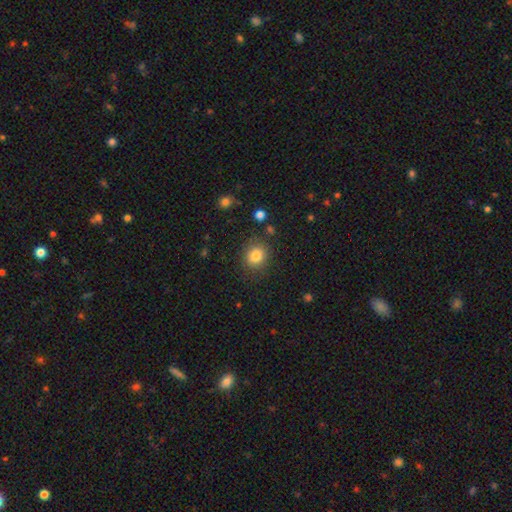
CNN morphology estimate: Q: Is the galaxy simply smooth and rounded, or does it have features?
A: smooth — 82%.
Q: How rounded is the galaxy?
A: round — 73%.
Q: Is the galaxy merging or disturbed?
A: none — 84%.